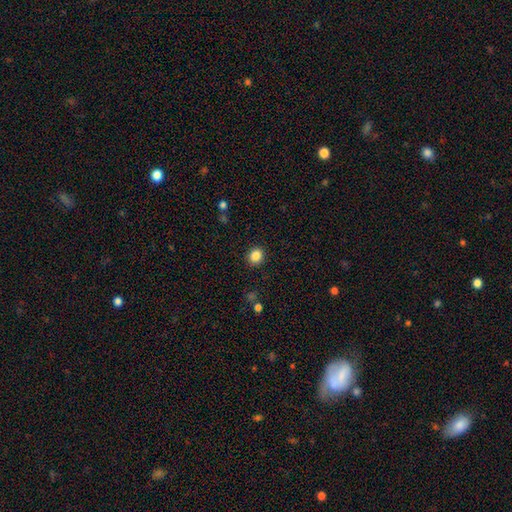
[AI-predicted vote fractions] Morphology: type=smooth (85%); roundness=round (75%); merging=none (91%).